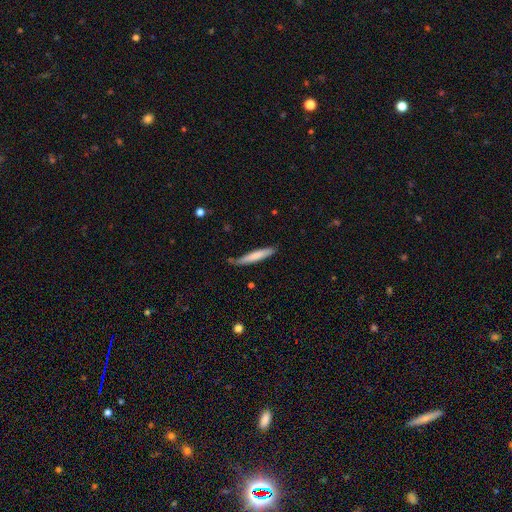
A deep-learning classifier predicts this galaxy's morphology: smooth 73%, featured or disk 22%, star or artifact 5%. Down the decision tree: how rounded — cigar-shaped (92%); merging — none (71%).